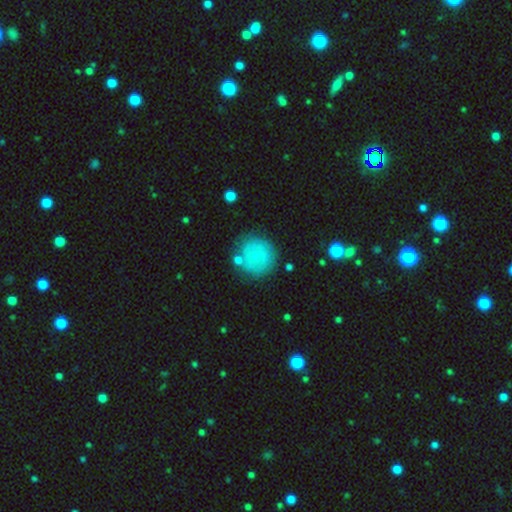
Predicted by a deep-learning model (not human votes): This is possibly a smooth galaxy (51%). How rounded: clearly round (93%). Merging: likely none (76%).